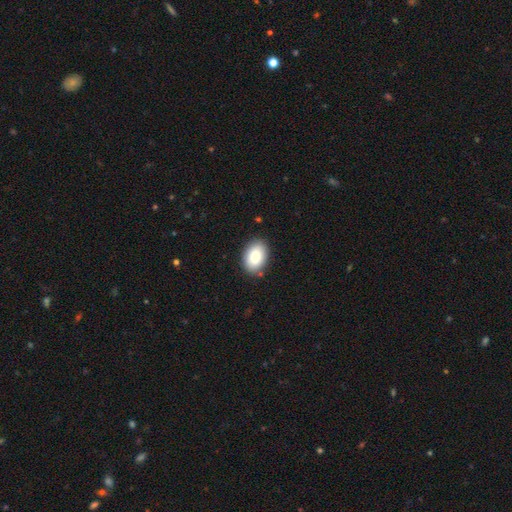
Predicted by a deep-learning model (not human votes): smooth_or_featured: smooth (p=0.86) [alt: star or artifact p=0.07]
how_rounded: in between (p=0.87) [alt: round p=0.12]
merging: none (p=0.85) [alt: minor disturbance p=0.11]